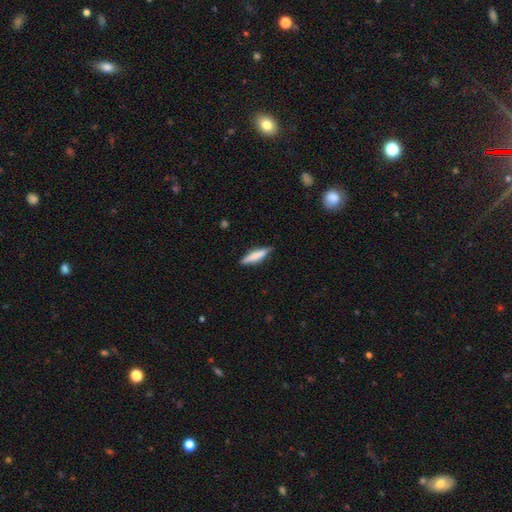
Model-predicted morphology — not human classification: Q: Smooth or featured?
A: smooth (74%); runner-up: featured or disk (20%)
Q: How rounded?
A: cigar-shaped (77%); runner-up: in between (22%)
Q: Merging?
A: none (82%); runner-up: minor disturbance (14%)